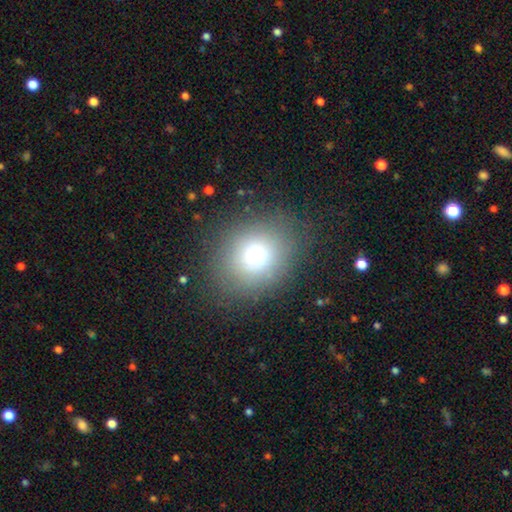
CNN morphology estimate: This appears to be a smooth galaxy with no disk features (70%) that is round (64%). Merging: none (79%).